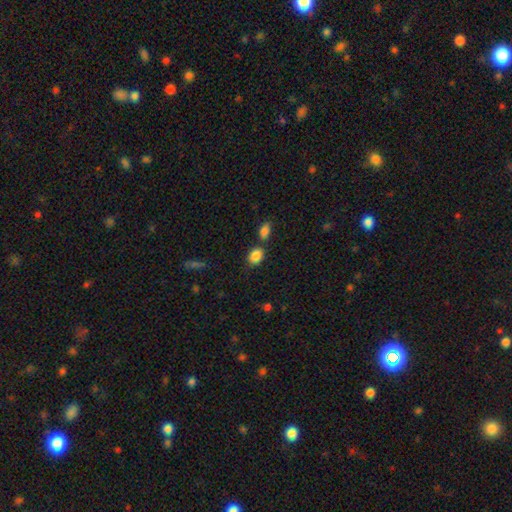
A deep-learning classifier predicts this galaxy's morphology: smooth_or_featured: smooth (p=0.87) [alt: star or artifact p=0.09]
how_rounded: in between (p=0.72) [alt: round p=0.26]
merging: none (p=0.64) [alt: merger p=0.21]